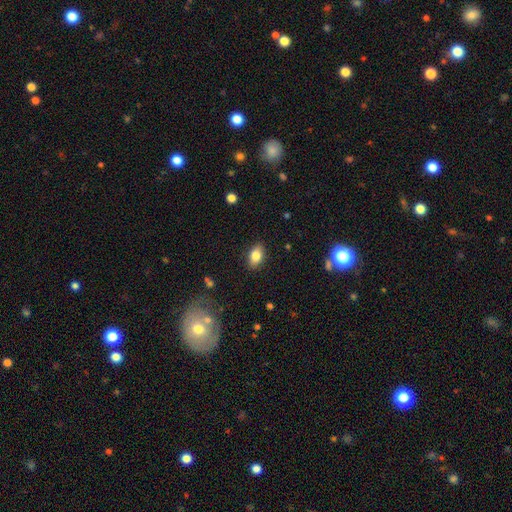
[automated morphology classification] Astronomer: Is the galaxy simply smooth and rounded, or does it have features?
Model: smooth — 81%.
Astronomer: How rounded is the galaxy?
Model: in between — 88%.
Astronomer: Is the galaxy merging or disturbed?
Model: none — 87%.